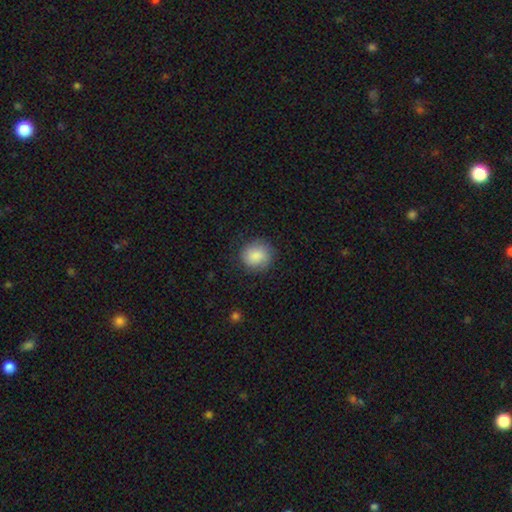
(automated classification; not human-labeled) Smooth or featured? Predicted: smooth (p=0.86). How rounded? Predicted: round (p=0.82). Merging? Predicted: none (p=0.80).